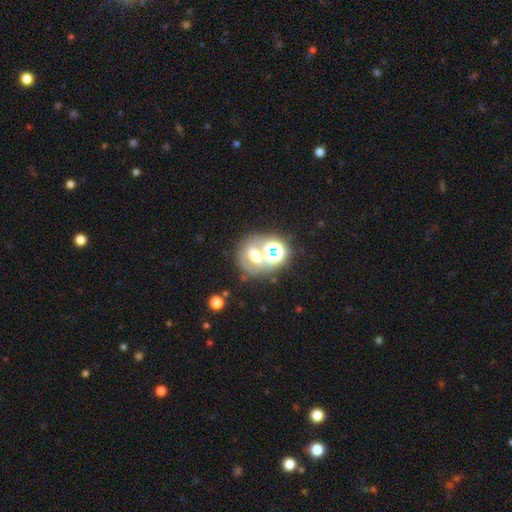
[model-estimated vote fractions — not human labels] smooth-or-featured: smooth: 42% | star or artifact: 30% | featured or disk: 28%
  merging: none: 46% | merger: 34% | minor disturbance: 12% | major disturbance: 8%